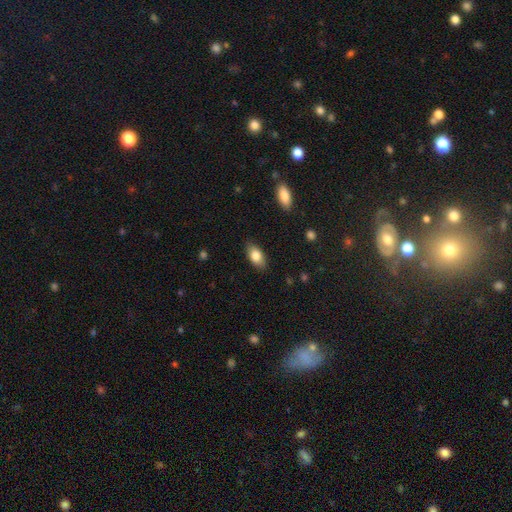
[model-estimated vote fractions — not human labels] Smooth or featured? smooth (82%)
How rounded? in between (90%)
Merging? none (84%)